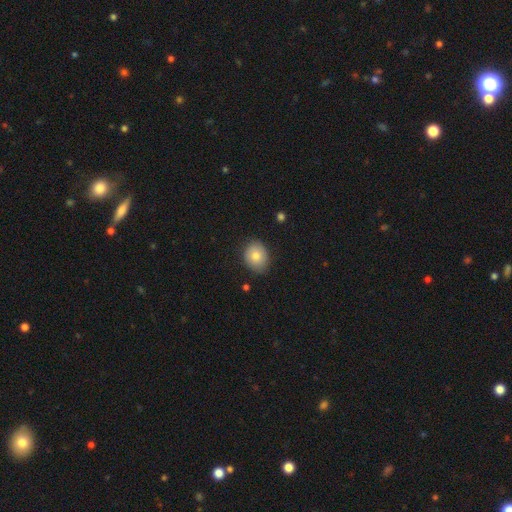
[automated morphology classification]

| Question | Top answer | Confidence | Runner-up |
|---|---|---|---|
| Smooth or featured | smooth | 79% | featured or disk (13%) |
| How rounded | round | 54% | in between (45%) |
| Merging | none | 80% | minor disturbance (16%) |